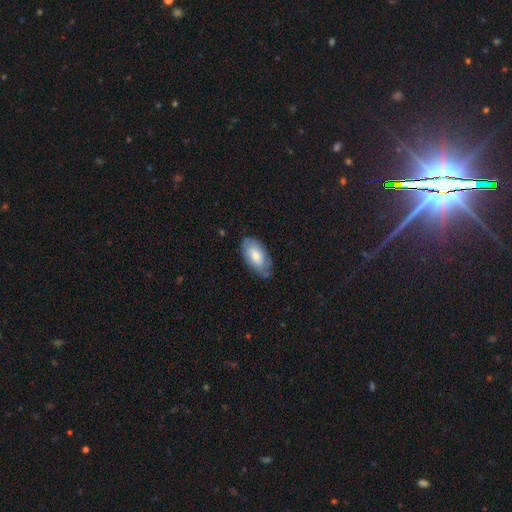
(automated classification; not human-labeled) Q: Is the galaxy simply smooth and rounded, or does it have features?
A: smooth — 67%.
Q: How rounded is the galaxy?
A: in between — 93%.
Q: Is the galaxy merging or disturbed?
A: none — 69%.